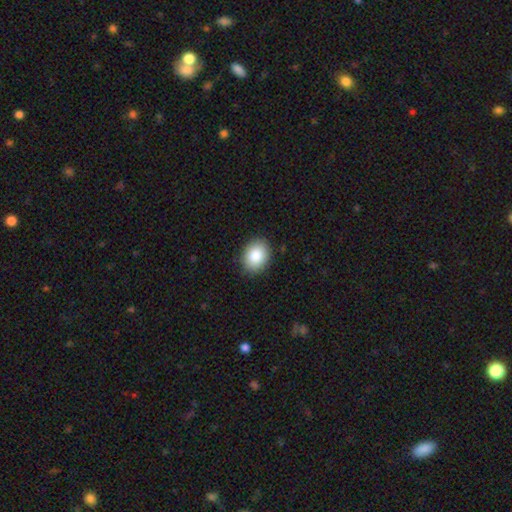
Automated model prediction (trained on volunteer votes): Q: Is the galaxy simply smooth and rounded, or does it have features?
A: smooth — 88%.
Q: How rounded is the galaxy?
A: in between — 62%.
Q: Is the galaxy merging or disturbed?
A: none — 88%.